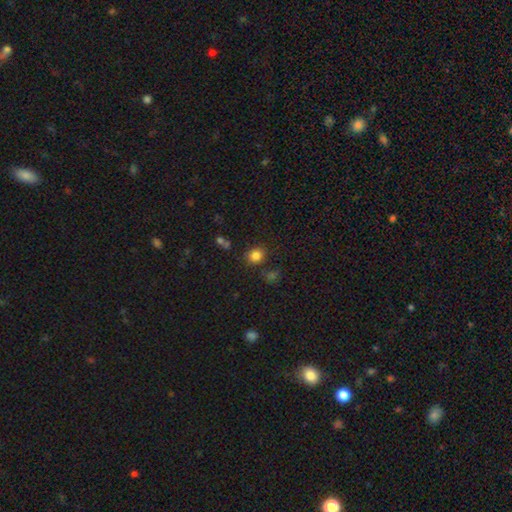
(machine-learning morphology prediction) smooth 82%, star or artifact 13%, featured or disk 5%. Down the decision tree: how rounded — round (74%); merging — none (80%).